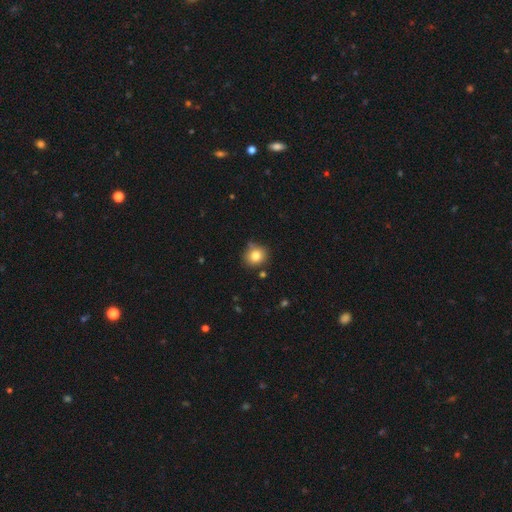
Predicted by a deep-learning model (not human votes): A smooth galaxy with no disk features (81%) that is round (81%).

Vote fractions:
- Smooth or featured? smooth: 81% / star or artifact: 11% / featured or disk: 8%
- How rounded? round: 81% / in between: 18% / cigar-shaped: 1%
- Merging? none: 77% / minor disturbance: 15% / merger: 4% / major disturbance: 3%